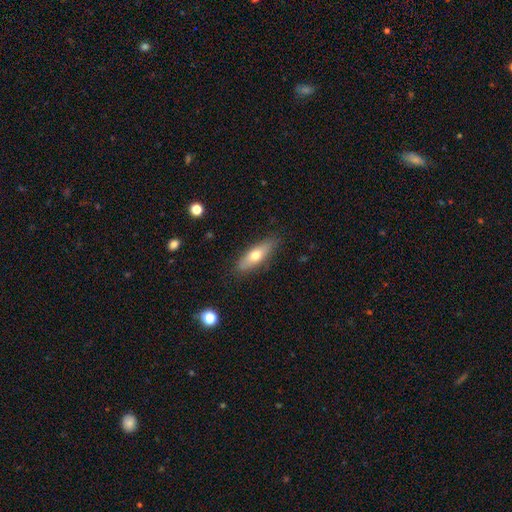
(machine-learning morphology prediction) type=smooth (61%); roundness=in between (52%); merging=none (83%).